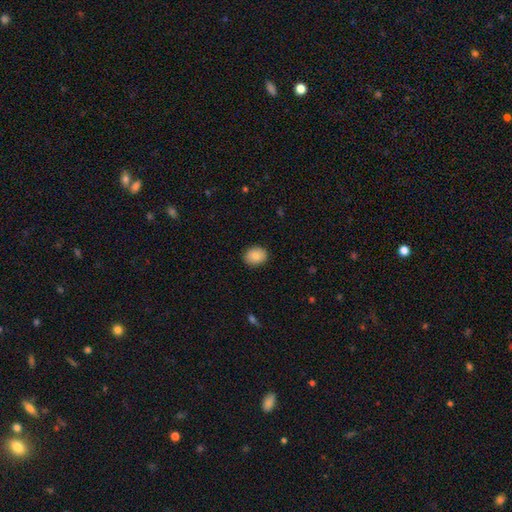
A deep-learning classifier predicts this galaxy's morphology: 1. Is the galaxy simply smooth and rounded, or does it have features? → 88% smooth, 7% star or artifact, 5% featured or disk.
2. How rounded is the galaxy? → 57% in between, 43% round, 1% cigar-shaped.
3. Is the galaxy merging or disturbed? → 89% none, 8% minor disturbance, 2% major disturbance, 1% merger.